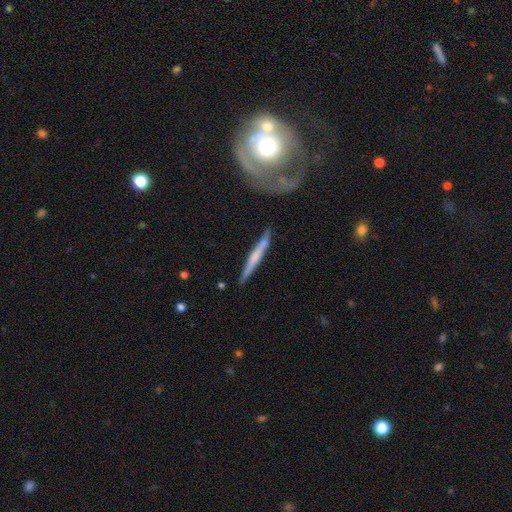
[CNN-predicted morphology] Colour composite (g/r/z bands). It shows a featured or disk galaxy (55%) viewed edge-on (92%) with no central bulge (60%). Merging: none (79%).